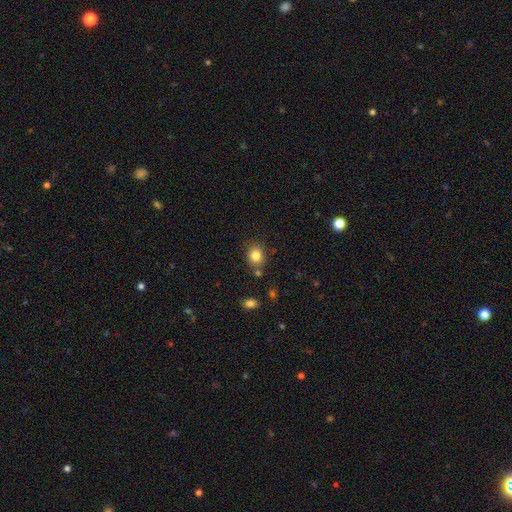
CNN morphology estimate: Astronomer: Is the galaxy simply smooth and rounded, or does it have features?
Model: smooth — 83%.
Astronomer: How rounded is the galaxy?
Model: round — 58% (runner-up: in between, 41%).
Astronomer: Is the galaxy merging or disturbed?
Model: none — 76%.